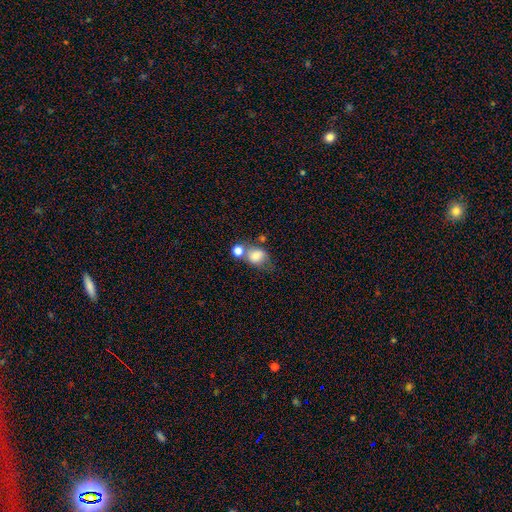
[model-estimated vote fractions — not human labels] Q: Smooth or featured?
A: smooth (75%); runner-up: featured or disk (14%)
Q: How rounded?
A: round (56%); runner-up: in between (42%)
Q: Merging?
A: merger (39%); runner-up: none (37%)